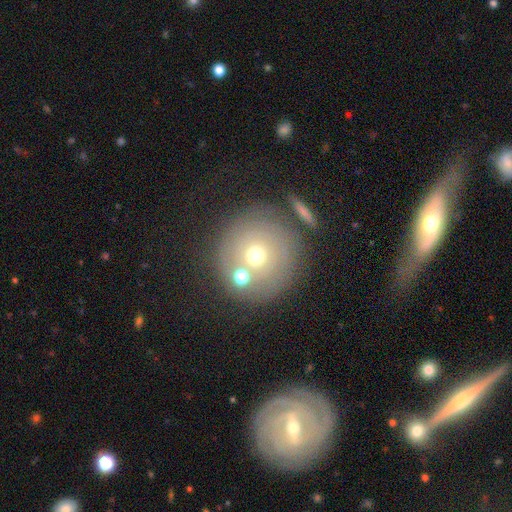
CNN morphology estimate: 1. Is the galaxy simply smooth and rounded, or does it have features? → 49% smooth, 39% featured or disk, 12% star or artifact.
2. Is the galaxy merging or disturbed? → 70% none, 12% minor disturbance, 12% merger, 6% major disturbance.